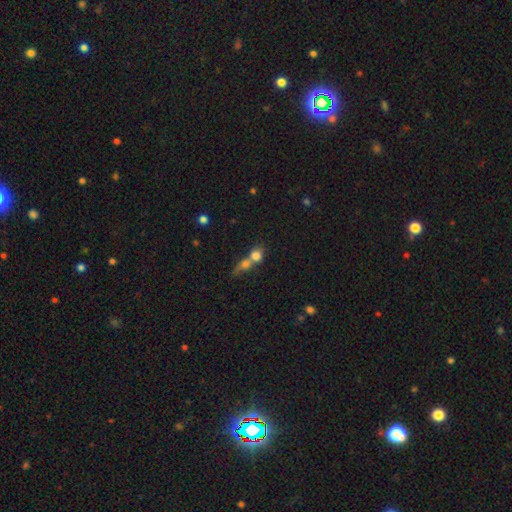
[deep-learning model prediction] smooth-or-featured: smooth: 74% | featured or disk: 15% | star or artifact: 12%
  how-rounded: round: 66% | in between: 30% | cigar-shaped: 4%
  merging: merger: 70% | none: 20% | minor disturbance: 6% | major disturbance: 5%